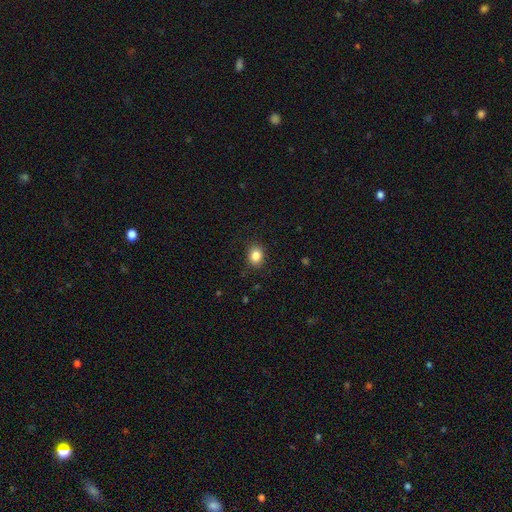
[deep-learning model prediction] Morphology: type=smooth (85%); roundness=round (58%); merging=none (86%).